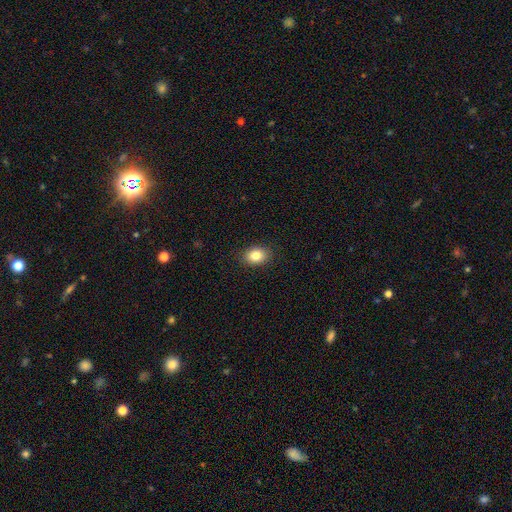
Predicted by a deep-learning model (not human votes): smooth 83%, star or artifact 10%, featured or disk 7%. Down the decision tree: how rounded — in between (64%); merging — none (89%).